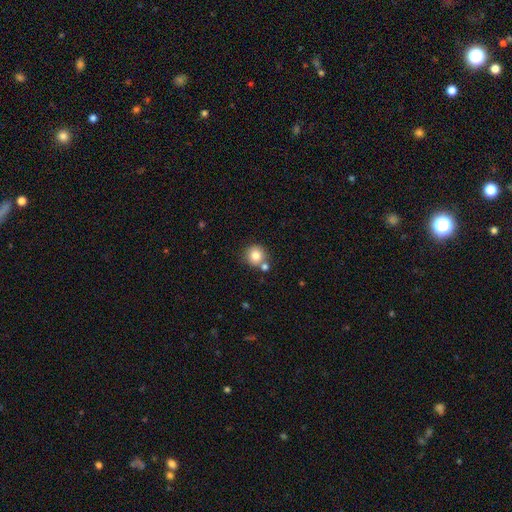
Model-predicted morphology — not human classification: The model was most divided on "merging": none: 68%, merger: 19%, minor disturbance: 10%, major disturbance: 3%. More confident: how rounded — round (92%); smooth or featured — smooth (82%).